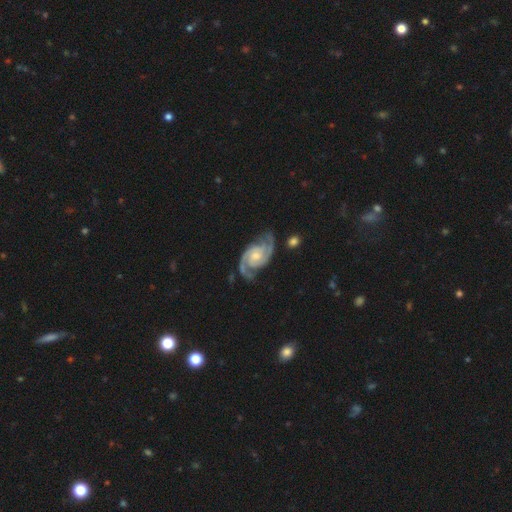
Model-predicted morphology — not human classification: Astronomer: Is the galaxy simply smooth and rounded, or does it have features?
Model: featured or disk — 93%.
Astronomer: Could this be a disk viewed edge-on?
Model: no — 98%.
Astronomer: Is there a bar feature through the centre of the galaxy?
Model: no — 60%.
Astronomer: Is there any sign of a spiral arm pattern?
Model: yes — 99%.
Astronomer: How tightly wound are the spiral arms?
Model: medium — 49% (runner-up: tight, 41%).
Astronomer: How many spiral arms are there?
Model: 2 — 85%.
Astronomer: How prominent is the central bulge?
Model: moderate — 49% (runner-up: small, 36%).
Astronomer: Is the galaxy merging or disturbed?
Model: none — 75%.